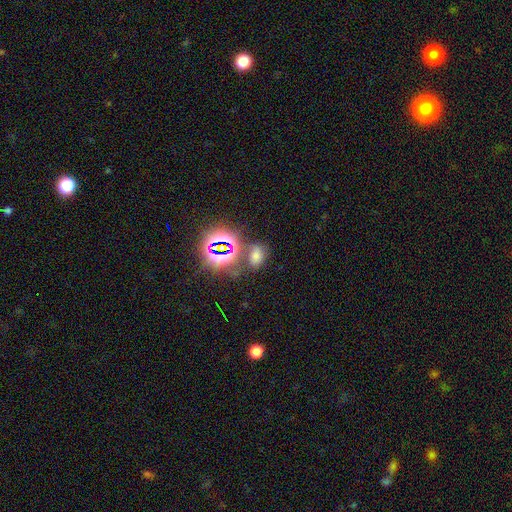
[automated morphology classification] Smooth or featured? Predicted: smooth (p=0.50). How rounded? Predicted: in between (p=0.79). Merging? Predicted: none (p=0.62).